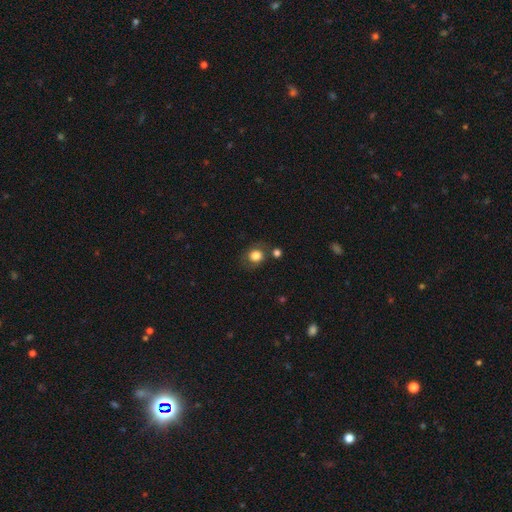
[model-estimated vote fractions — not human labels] The model was most divided on "how rounded": round: 66%, in between: 33%, cigar-shaped: 1%. More confident: smooth or featured — smooth (80%); merging — none (70%).